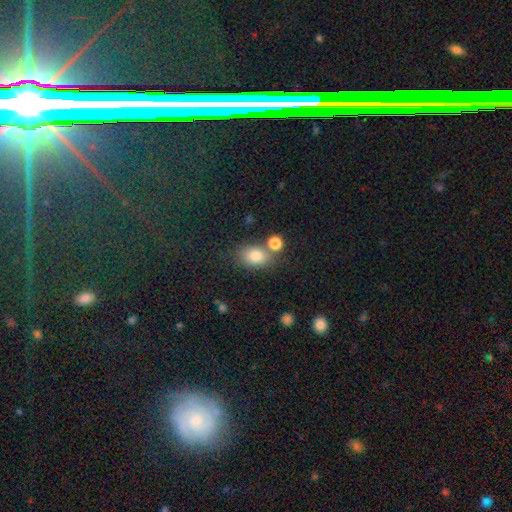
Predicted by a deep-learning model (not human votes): The model was most divided on "how rounded": in between: 69%, round: 29%, cigar-shaped: 1%. More confident: smooth or featured — smooth (81%); merging — none (62%).